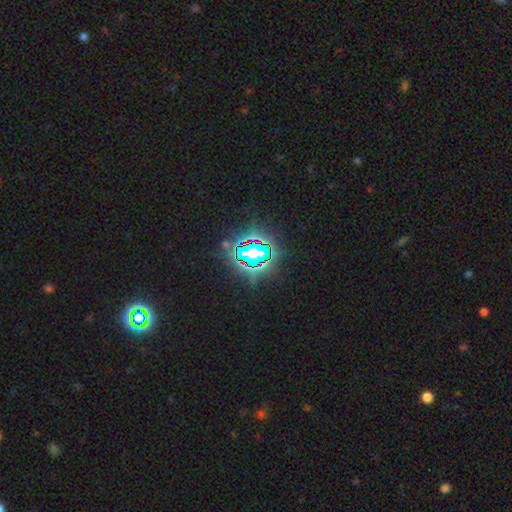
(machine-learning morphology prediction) Smooth or featured? Predicted: star or artifact (p=0.79).